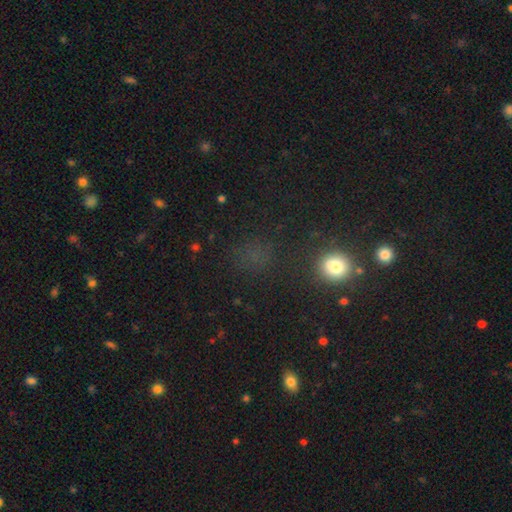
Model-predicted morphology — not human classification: type=smooth (55%); roundness=round (77%); merging=none (80%).